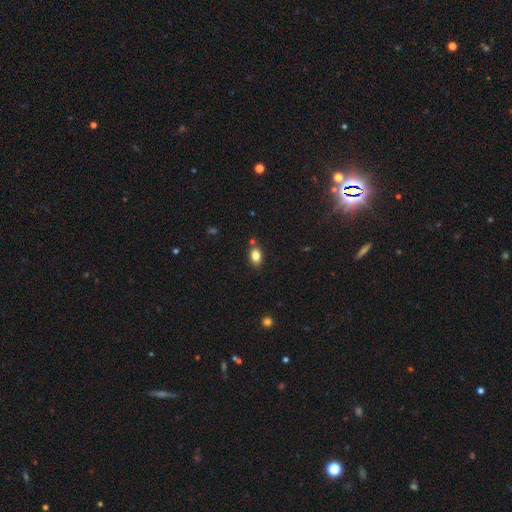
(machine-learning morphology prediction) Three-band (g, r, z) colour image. It shows a smooth galaxy with no disk features (82%) that is in between round and cigar-shaped (80%). Merging: none (79%).